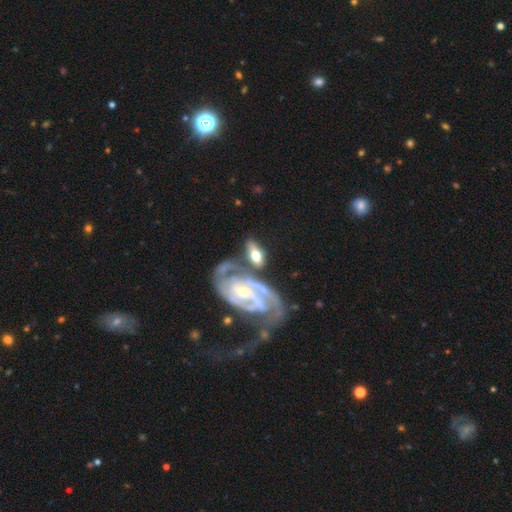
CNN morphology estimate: This appears to be a featured or disk galaxy (56%). Merging: none (50%).